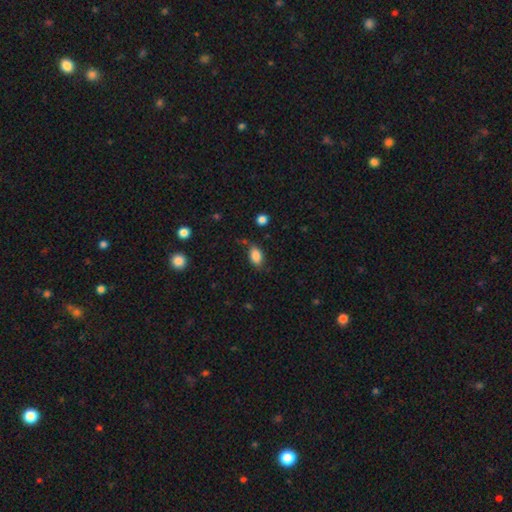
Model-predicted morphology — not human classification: Smooth or featured?
  - smooth: 86% *
  - star or artifact: 9%
  - featured or disk: 5%
How rounded?
  - in between: 89% *
  - round: 8%
  - cigar-shaped: 3%
Merging?
  - none: 72% *
  - minor disturbance: 20%
  - major disturbance: 5%
  - merger: 3%